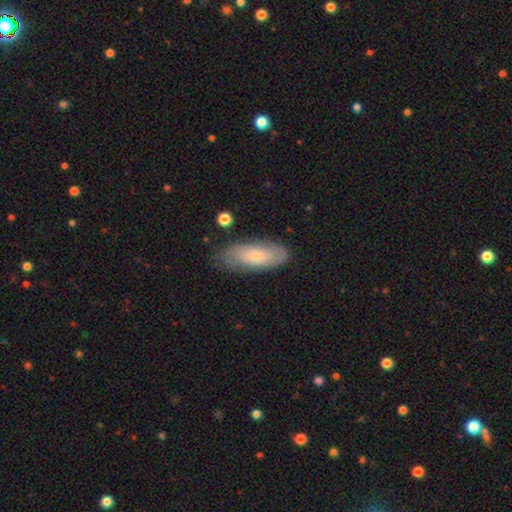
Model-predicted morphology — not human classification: Q: Smooth or featured?
A: smooth (54%); runner-up: featured or disk (40%)
Q: How rounded?
A: in between (76%); runner-up: cigar-shaped (22%)
Q: Merging?
A: none (73%); runner-up: minor disturbance (20%)